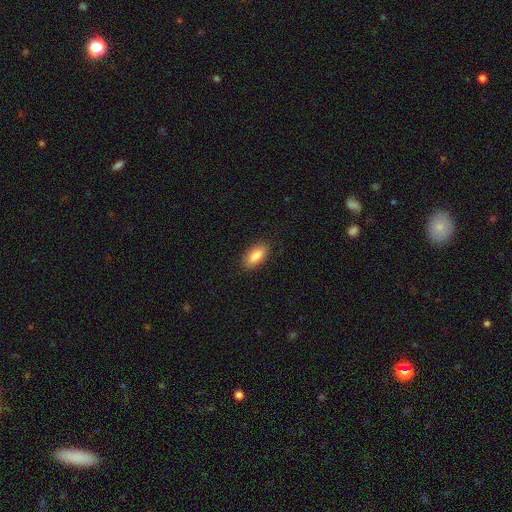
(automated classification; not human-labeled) Morphology: type=smooth (83%); roundness=in between (80%); merging=none (88%).